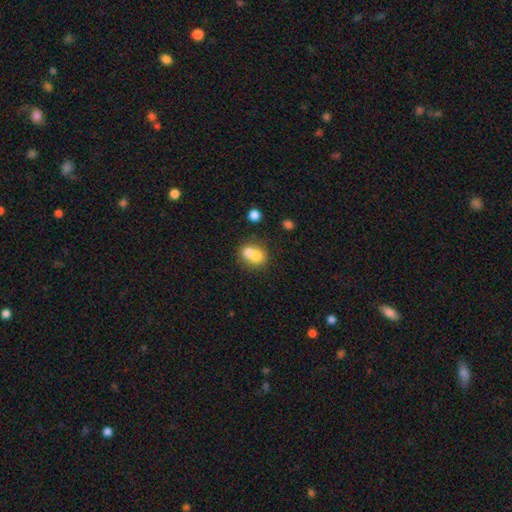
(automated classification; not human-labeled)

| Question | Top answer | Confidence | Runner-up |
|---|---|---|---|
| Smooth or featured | smooth | 69% | featured or disk (21%) |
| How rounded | round | 70% | in between (29%) |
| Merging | merger | 67% | none (25%) |